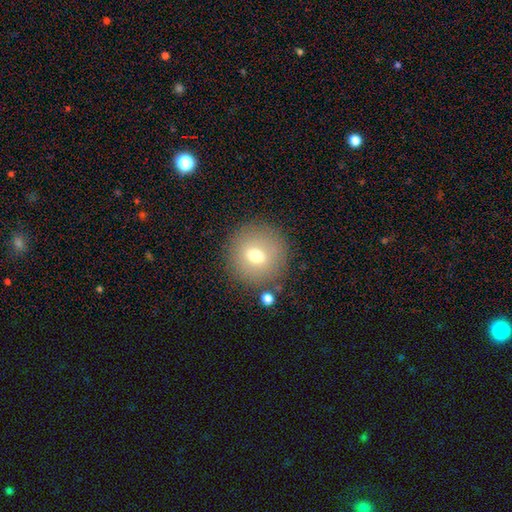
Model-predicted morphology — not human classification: A smooth galaxy with no disk features (69%) that is round (94%). Merging: none (88%).